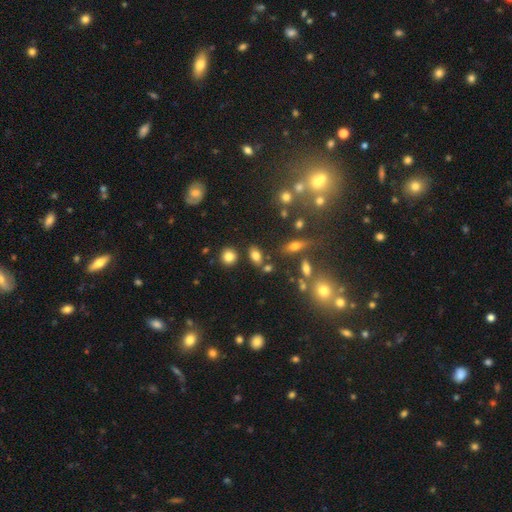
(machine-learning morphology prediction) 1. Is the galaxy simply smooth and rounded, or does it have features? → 77% smooth, 13% star or artifact, 10% featured or disk.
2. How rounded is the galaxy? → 72% in between, 24% round, 4% cigar-shaped.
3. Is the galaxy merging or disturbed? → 75% none, 11% minor disturbance, 10% merger, 4% major disturbance.